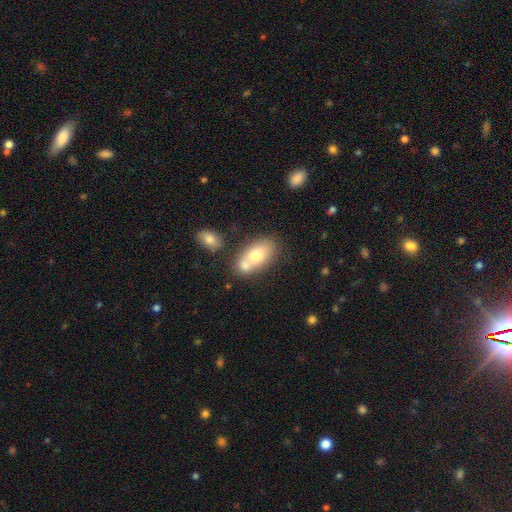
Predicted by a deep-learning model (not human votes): The model was most divided on "merging": merger: 49%, none: 36%, minor disturbance: 11%, major disturbance: 4%. More confident: how rounded — in between (86%); smooth or featured — smooth (69%).